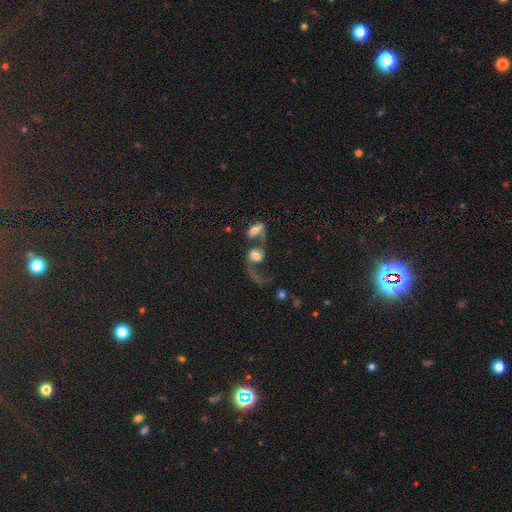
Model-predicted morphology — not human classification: smooth-or-featured: featured or disk: 64% | smooth: 25% | star or artifact: 11%
  disk-edge-on: no: 96% | yes: 4%
    bar: no: 59% | weak: 31% | strong: 11%
    has-spiral-arms: yes: 82% | no: 18%
      spiral-winding: loose: 84% | medium: 13% | tight: 3%
      spiral-arm-count: 2: 62% | 1: 33% | can't tell: 3% | 3: 1% | 4: 1% | more than 4: 1%
    bulge-size: moderate: 38% | large: 34% | small: 14% | dominant: 8% | none: 7%
  merging: merger: 53% | none: 20% | major disturbance: 19% | minor disturbance: 8%